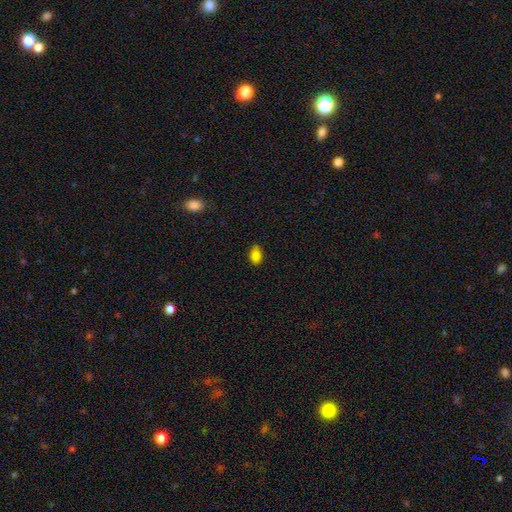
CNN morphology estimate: Q: Smooth or featured?
A: smooth (84%); runner-up: star or artifact (12%)
Q: How rounded?
A: in between (83%); runner-up: round (15%)
Q: Merging?
A: none (67%); runner-up: minor disturbance (27%)